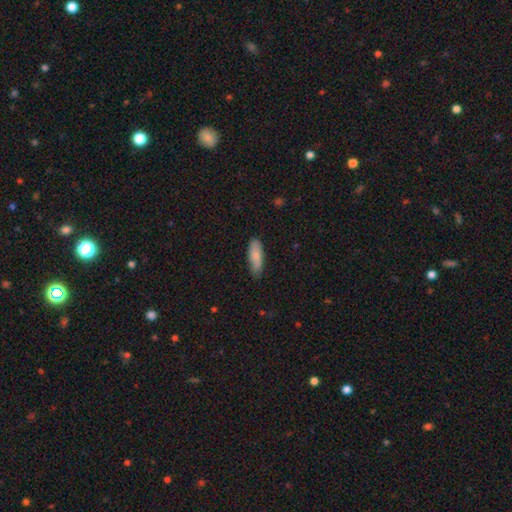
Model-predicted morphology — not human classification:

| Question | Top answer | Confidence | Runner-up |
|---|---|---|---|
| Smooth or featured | smooth | 82% | featured or disk (12%) |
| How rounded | in between | 60% | cigar-shaped (39%) |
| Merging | none | 76% | minor disturbance (20%) |